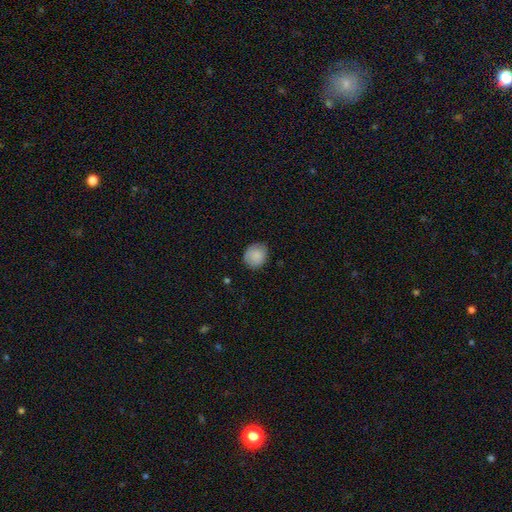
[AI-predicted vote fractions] smooth-or-featured: smooth: 86% | star or artifact: 7% | featured or disk: 7%
  how-rounded: round: 71% | in between: 28% | cigar-shaped: 1%
  merging: none: 80% | minor disturbance: 16% | major disturbance: 3% | merger: 1%